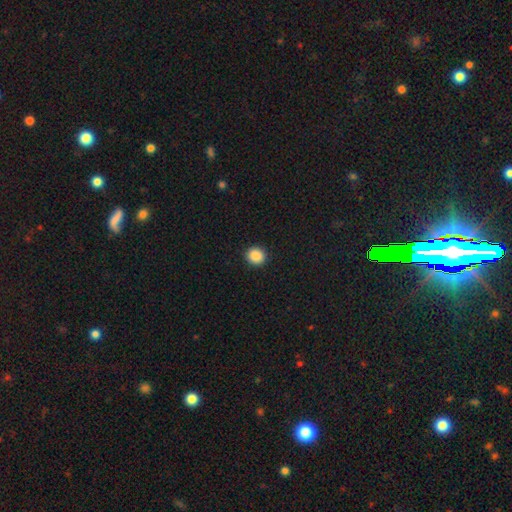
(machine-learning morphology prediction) This is clearly a smooth galaxy (88%). How rounded: clearly round (88%). Merging: clearly none (93%).